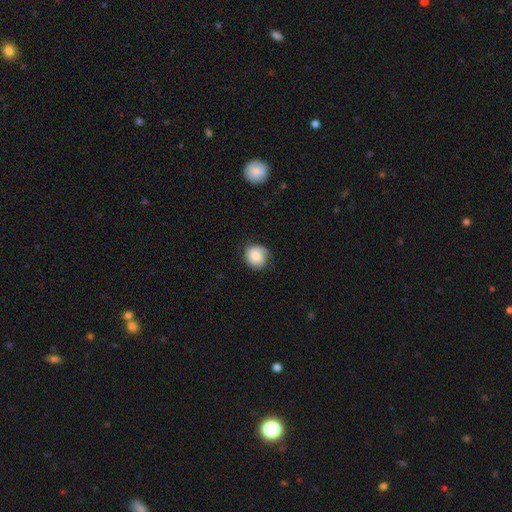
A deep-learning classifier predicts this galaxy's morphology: This appears to be a smooth galaxy with no disk features (71%) that is round (78%). Merging: none (67%).